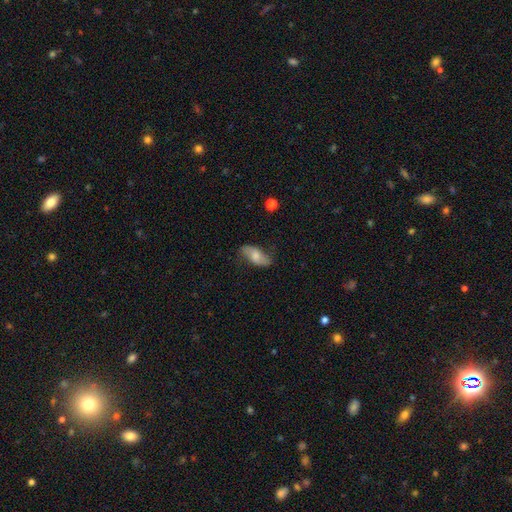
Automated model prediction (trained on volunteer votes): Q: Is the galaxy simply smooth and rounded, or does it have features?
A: smooth — 63%.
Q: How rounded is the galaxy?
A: in between — 84%.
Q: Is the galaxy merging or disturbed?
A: none — 70%.